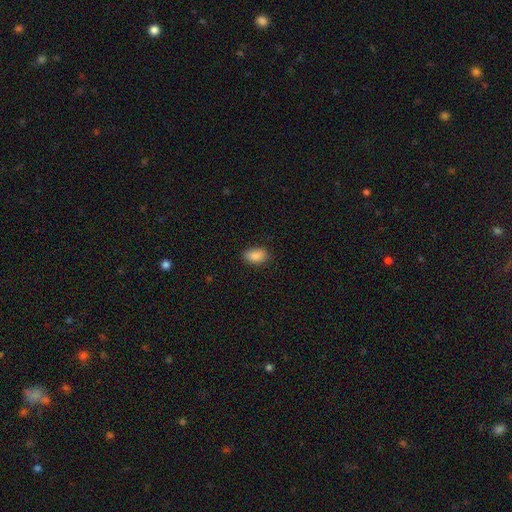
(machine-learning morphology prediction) Smooth or featured: smooth — 89% (star or artifact — 8%)
How rounded: in between — 90% (round — 8%)
Merging: none — 86% (minor disturbance — 11%)